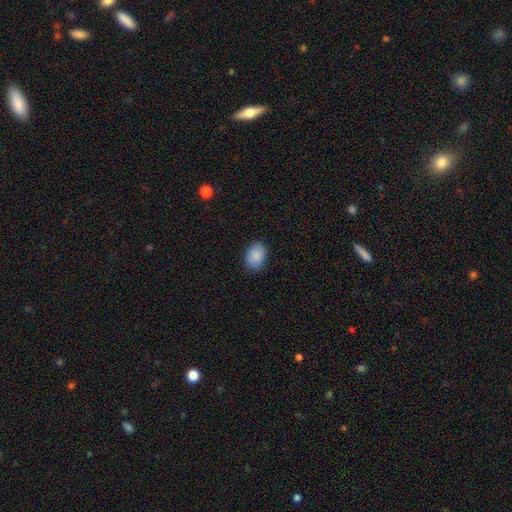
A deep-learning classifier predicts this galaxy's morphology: Smooth or featured? smooth (87%)
How rounded? in between (79%)
Merging? none (82%)